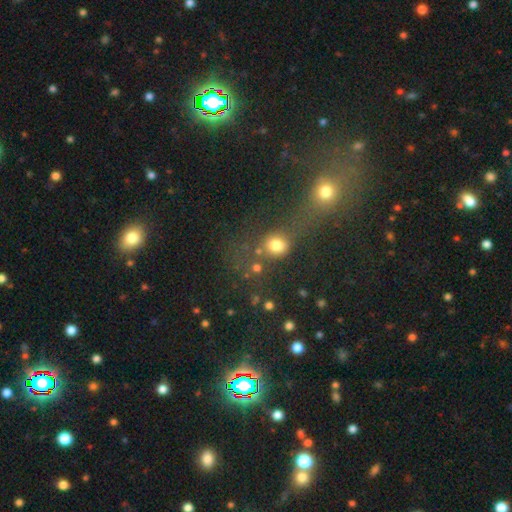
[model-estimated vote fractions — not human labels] Smooth or featured? smooth (49%)
Merging? merger (47%)